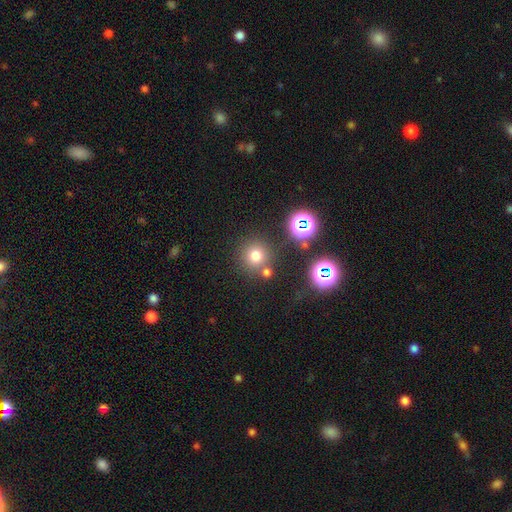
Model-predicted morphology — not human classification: Overall: smooth (72%). How rounded: round (94%). Merging: none (76%).